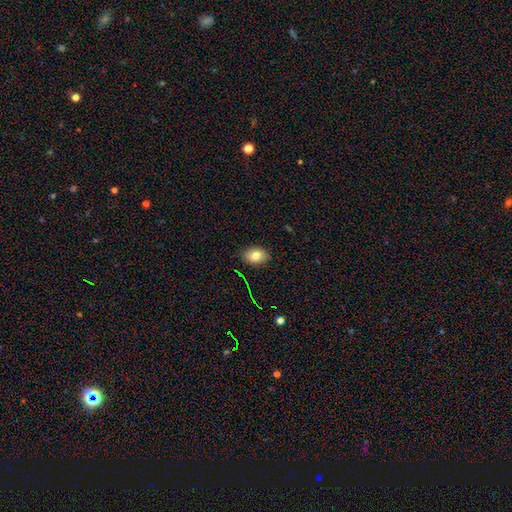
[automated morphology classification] Smooth or featured? Predicted: smooth (p=0.79). How rounded? Predicted: in between (p=0.80). Merging? Predicted: none (p=0.85).